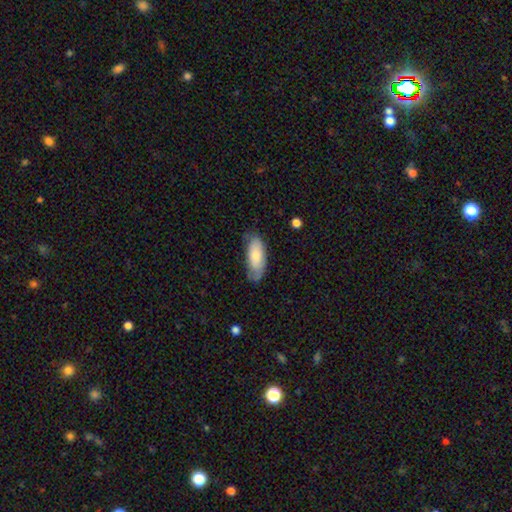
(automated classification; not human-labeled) Q: Smooth or featured?
A: smooth (75%); runner-up: featured or disk (20%)
Q: How rounded?
A: in between (84%); runner-up: cigar-shaped (14%)
Q: Merging?
A: none (64%); runner-up: minor disturbance (28%)